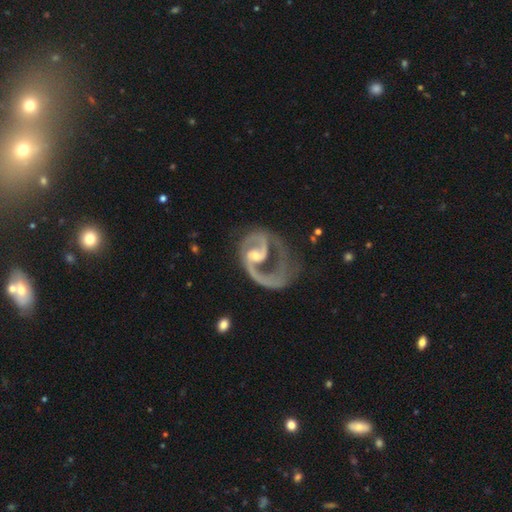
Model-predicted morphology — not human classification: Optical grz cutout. It shows a featured or disk galaxy (90%) with a weak bar (44%), 2 (53%) medium (47%) spiral arms (95%) and a small central bulge (49%). Merging: major disturbance (49%).